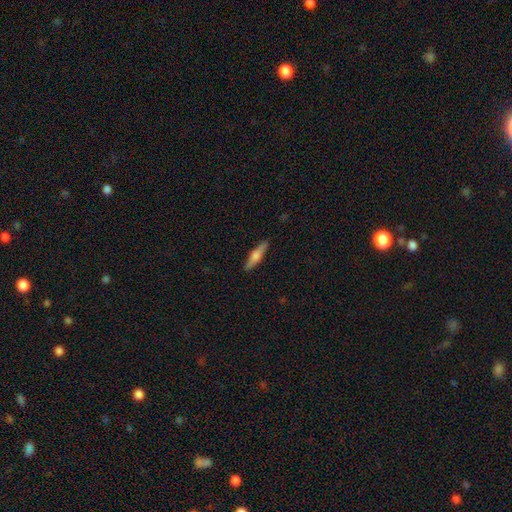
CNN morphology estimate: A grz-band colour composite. It shows a featured or disk galaxy (47%). Merging: none (90%).